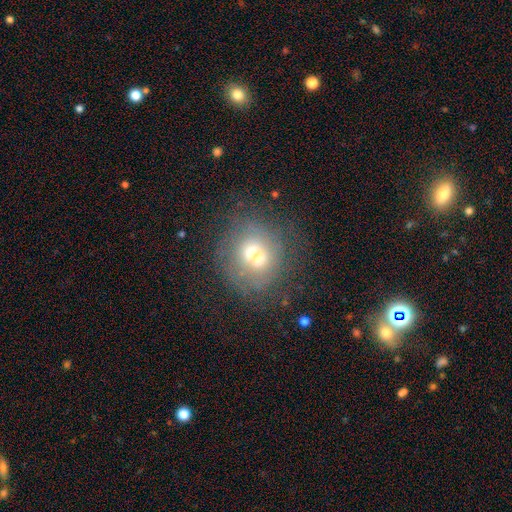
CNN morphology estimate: smooth 46%, featured or disk 40%, star or artifact 14%. Down the decision tree: merging — none (45%).